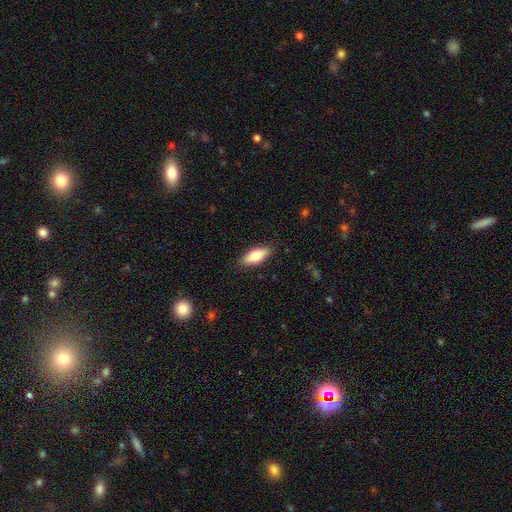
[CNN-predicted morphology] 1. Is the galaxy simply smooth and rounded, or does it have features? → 74% smooth, 20% featured or disk, 6% star or artifact.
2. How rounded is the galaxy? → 75% in between, 23% cigar-shaped, 2% round.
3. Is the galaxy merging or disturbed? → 86% none, 11% minor disturbance, 2% major disturbance, 1% merger.